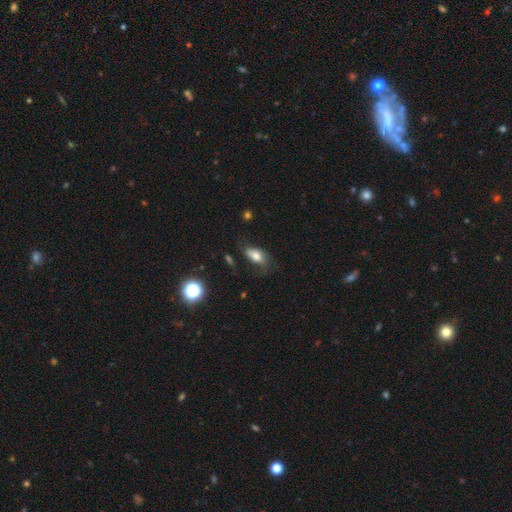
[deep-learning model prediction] Smooth or featured? Predicted: smooth (p=0.71). How rounded? Predicted: in between (p=0.87). Merging? Predicted: none (p=0.49).